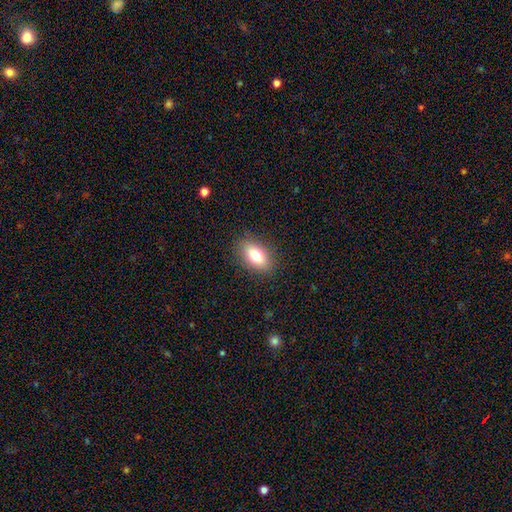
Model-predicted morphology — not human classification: This is likely a smooth galaxy (77%). How rounded: clearly in between (87%). Merging: clearly none (87%).